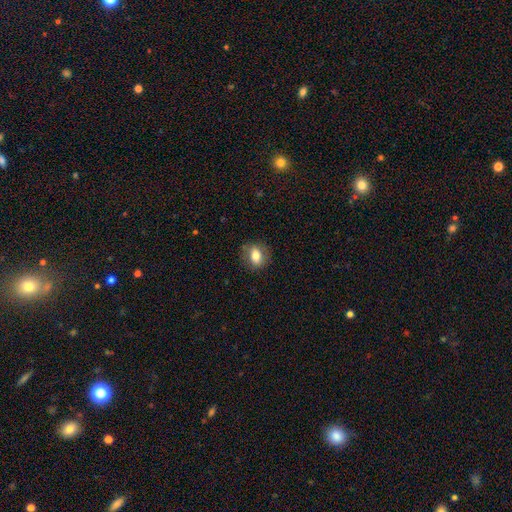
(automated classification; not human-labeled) A smooth galaxy with no disk features (73%) that is in between round and cigar-shaped (61%). Merging: none (82%).